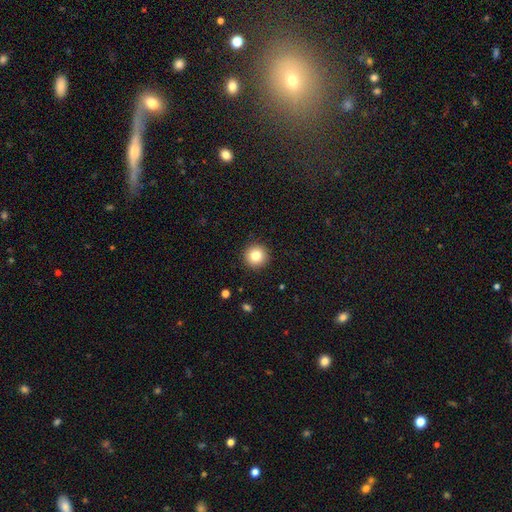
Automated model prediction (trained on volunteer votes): A smooth galaxy with no disk features (82%) that is round (96%).

Vote fractions:
- Smooth or featured? smooth: 82% / star or artifact: 10% / featured or disk: 7%
- How rounded? round: 96% / in between: 3% / cigar-shaped: 1%
- Merging? none: 93% / minor disturbance: 5% / major disturbance: 2% / merger: 1%